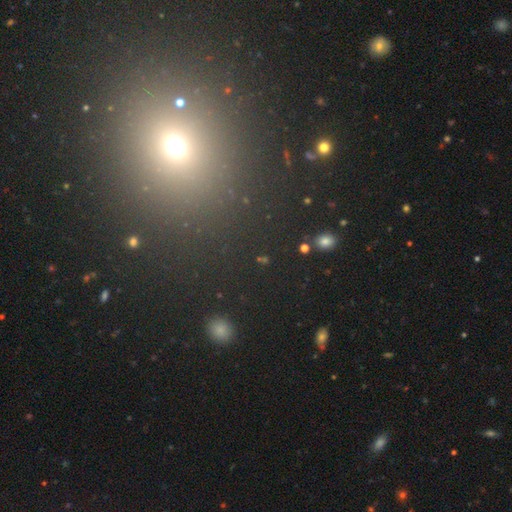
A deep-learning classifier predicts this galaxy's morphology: Smooth or featured: star or artifact — 51% (smooth — 41%)